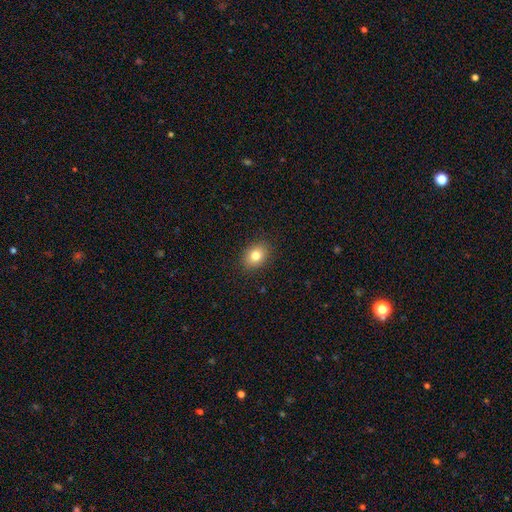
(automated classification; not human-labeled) Smooth or featured? Predicted: smooth (p=0.81). How rounded? Predicted: in between (p=0.65). Merging? Predicted: none (p=0.89).